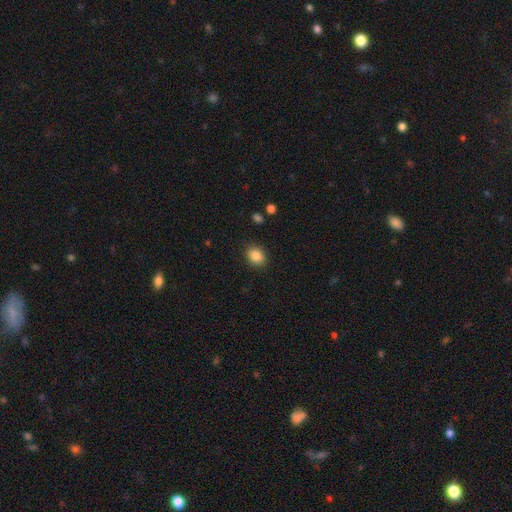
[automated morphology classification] type=smooth (87%); roundness=in between (58%); merging=none (87%).